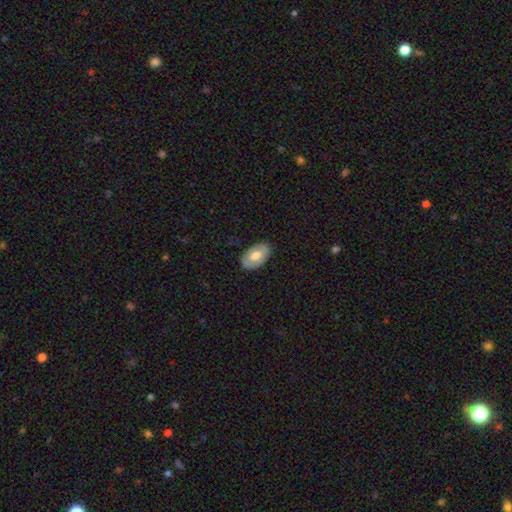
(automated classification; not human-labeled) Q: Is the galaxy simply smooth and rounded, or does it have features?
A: smooth — 63%.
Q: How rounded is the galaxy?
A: in between — 93%.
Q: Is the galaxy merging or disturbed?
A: none — 84%.